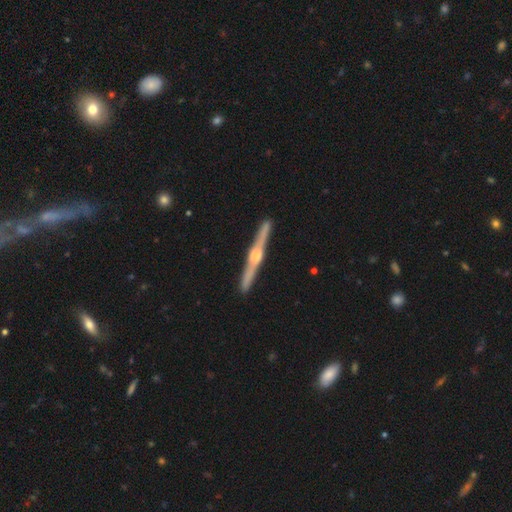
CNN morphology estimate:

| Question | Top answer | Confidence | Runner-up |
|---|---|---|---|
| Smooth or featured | featured or disk | 84% | smooth (11%) |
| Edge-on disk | yes | 99% | no (1%) |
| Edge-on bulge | rounded | 85% | boxy (9%) |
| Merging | none | 92% | minor disturbance (5%) |